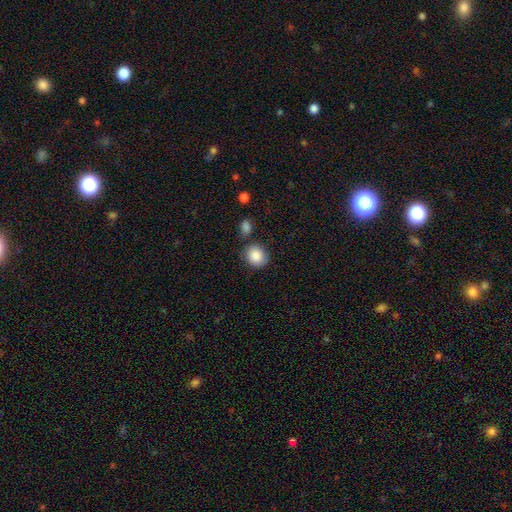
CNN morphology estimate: smooth-or-featured: smooth: 88% | star or artifact: 7% | featured or disk: 5%
  how-rounded: round: 71% | in between: 28% | cigar-shaped: 1%
  merging: none: 75% | minor disturbance: 15% | merger: 7% | major disturbance: 4%